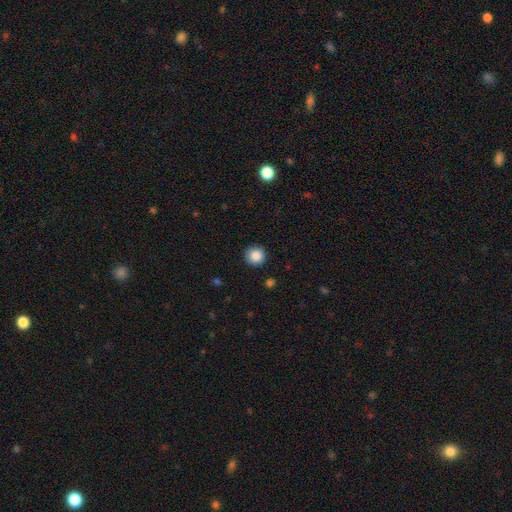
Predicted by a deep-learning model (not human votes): This is clearly a smooth galaxy (86%). How rounded: clearly round (94%). Merging: clearly none (91%).